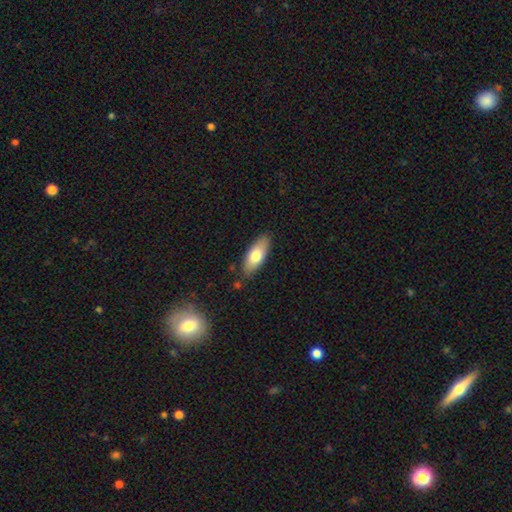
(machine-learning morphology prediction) This appears to be a smooth galaxy with no disk features (74%) that is in between round and cigar-shaped (78%). Merging: none (83%).